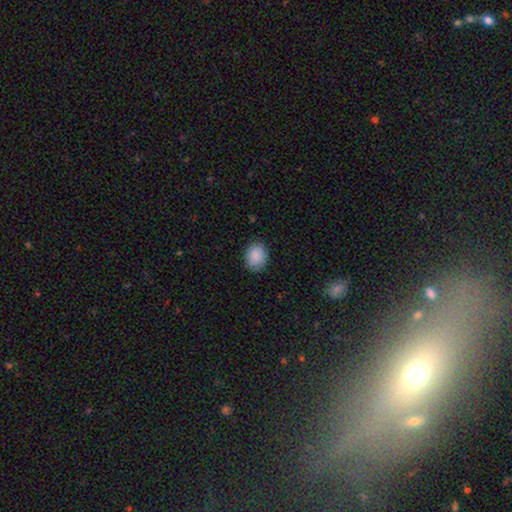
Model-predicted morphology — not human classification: Smooth or featured: smooth — 89% (star or artifact — 7%)
How rounded: in between — 52% (round — 47%)
Merging: none — 85% (minor disturbance — 11%)